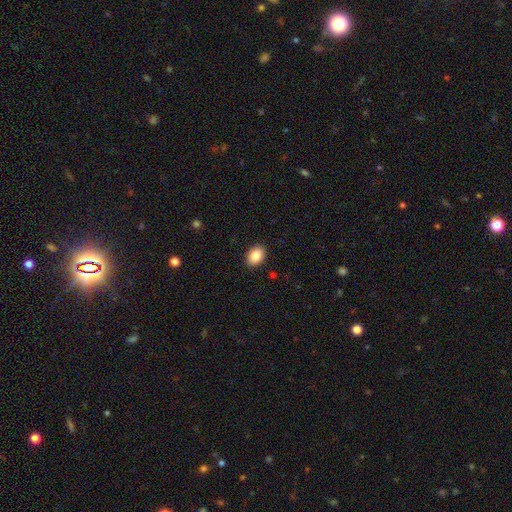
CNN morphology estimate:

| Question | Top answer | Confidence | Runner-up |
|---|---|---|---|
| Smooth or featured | smooth | 87% | star or artifact (8%) |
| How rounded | in between | 77% | round (22%) |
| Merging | none | 90% | minor disturbance (7%) |